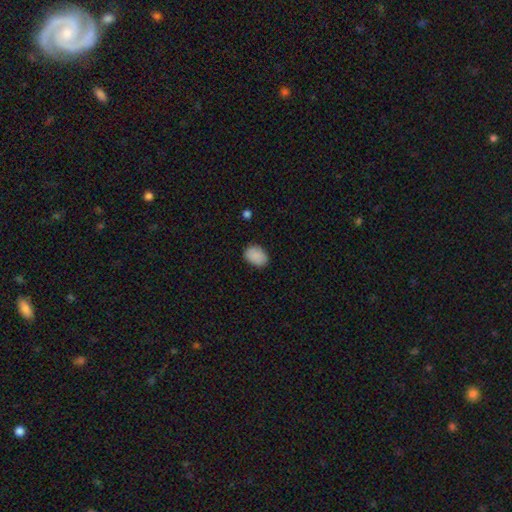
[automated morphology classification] Q: Smooth or featured?
A: smooth (89%); runner-up: star or artifact (7%)
Q: How rounded?
A: in between (78%); runner-up: round (21%)
Q: Merging?
A: none (85%); runner-up: minor disturbance (11%)